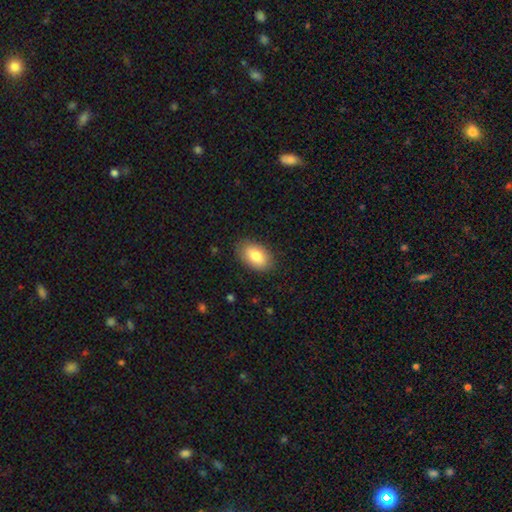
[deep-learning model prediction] Smooth or featured? Predicted: smooth (p=0.81). How rounded? Predicted: in between (p=0.91). Merging? Predicted: none (p=0.85).